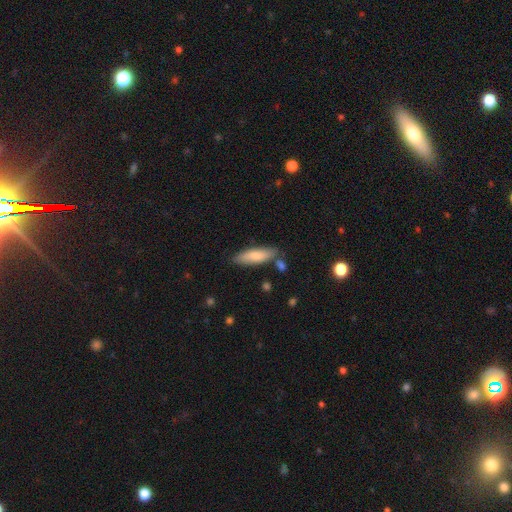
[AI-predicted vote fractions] smooth_or_featured: smooth (p=0.80) [alt: featured or disk p=0.14]
how_rounded: cigar-shaped (p=0.55) [alt: in between p=0.44]
merging: none (p=0.77) [alt: minor disturbance p=0.14]